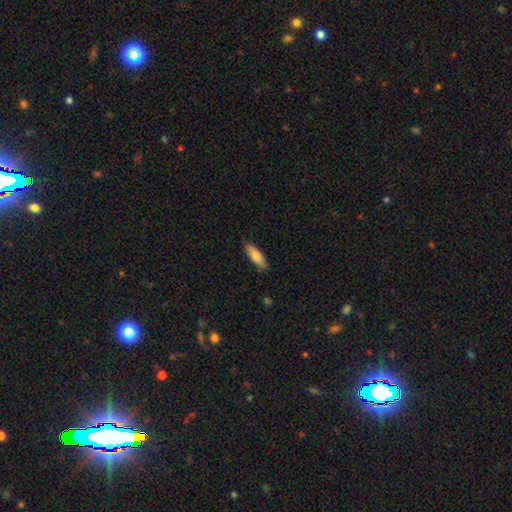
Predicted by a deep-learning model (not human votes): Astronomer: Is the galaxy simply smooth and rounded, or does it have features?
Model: smooth — 79%.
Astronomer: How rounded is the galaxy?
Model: in between — 55% (runner-up: cigar-shaped, 43%).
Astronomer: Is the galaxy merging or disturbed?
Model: none — 87%.